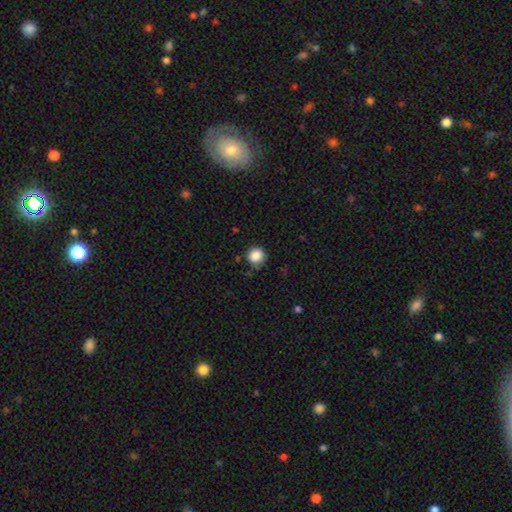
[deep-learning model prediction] This appears to be a smooth galaxy with no disk features (86%) that is round (91%). Merging: none (78%).